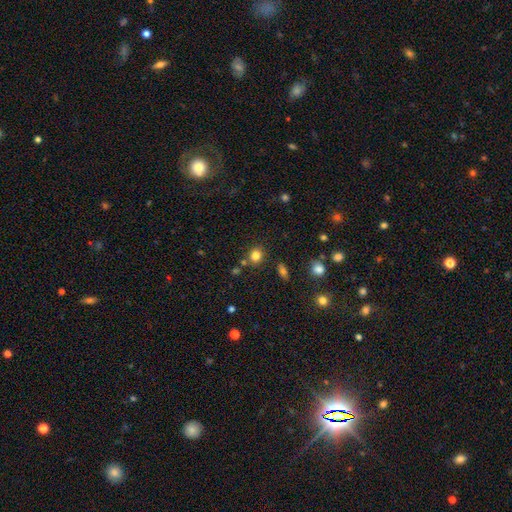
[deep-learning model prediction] Smooth or featured? smooth (80%)
How rounded? round (72%)
Merging? none (77%)